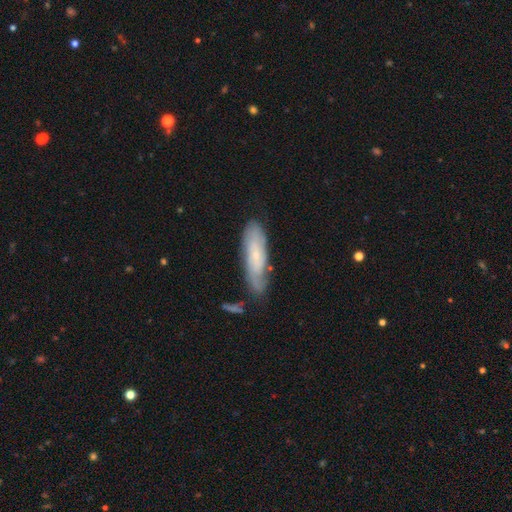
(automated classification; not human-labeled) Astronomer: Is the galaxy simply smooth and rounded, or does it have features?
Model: featured or disk — 47% (runner-up: smooth, 46%).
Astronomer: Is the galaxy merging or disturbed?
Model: none — 64%.